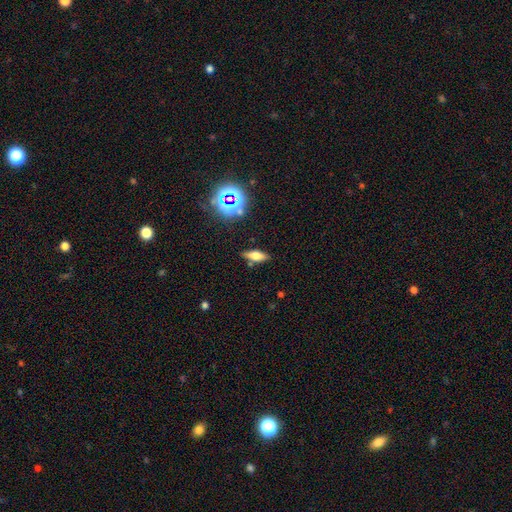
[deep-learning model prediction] Q: Smooth or featured?
A: smooth (58%); runner-up: featured or disk (27%)
Q: How rounded?
A: in between (63%); runner-up: cigar-shaped (32%)
Q: Merging?
A: none (82%); runner-up: minor disturbance (12%)